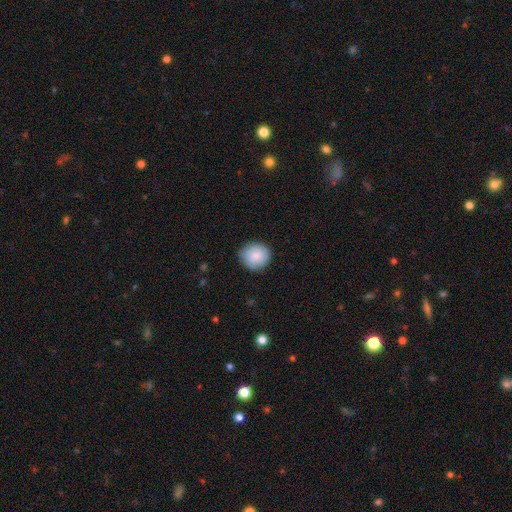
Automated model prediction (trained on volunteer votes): This appears to be a smooth galaxy with no disk features (86%) that is round (87%). Merging: none (84%).